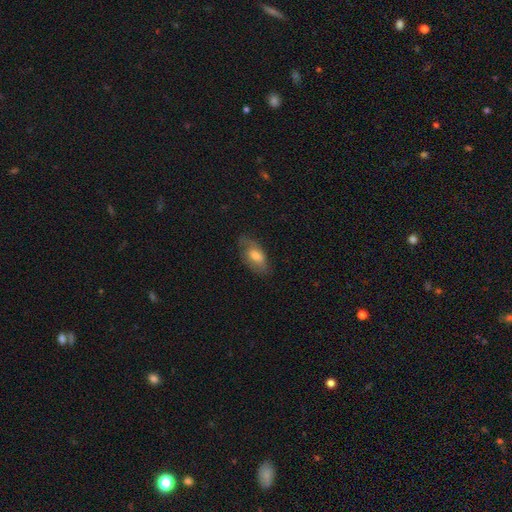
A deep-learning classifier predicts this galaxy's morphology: smooth-or-featured: smooth: 54% | featured or disk: 39% | star or artifact: 7%
  how-rounded: in between: 90% | round: 6% | cigar-shaped: 5%
  merging: none: 69% | minor disturbance: 22% | major disturbance: 8% | merger: 1%